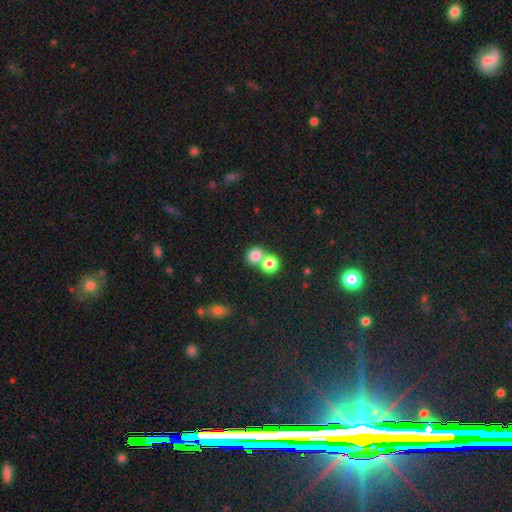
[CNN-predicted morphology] Smooth or featured? Predicted: smooth (p=0.79). How rounded? Predicted: round (p=0.74). Merging? Predicted: none (p=0.47).